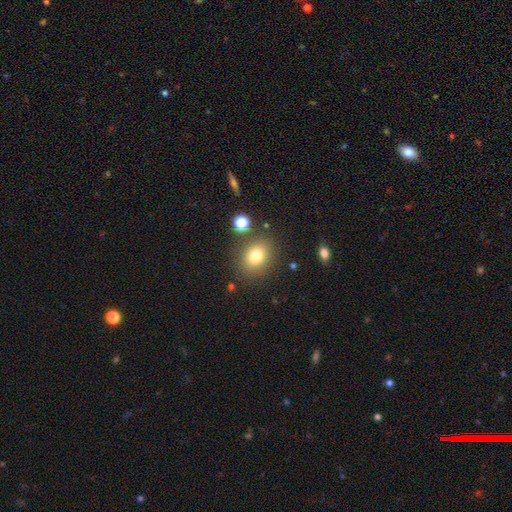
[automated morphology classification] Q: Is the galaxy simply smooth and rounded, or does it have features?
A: smooth — 78%.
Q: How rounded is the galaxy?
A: round — 51%.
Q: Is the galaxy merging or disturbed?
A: none — 82%.